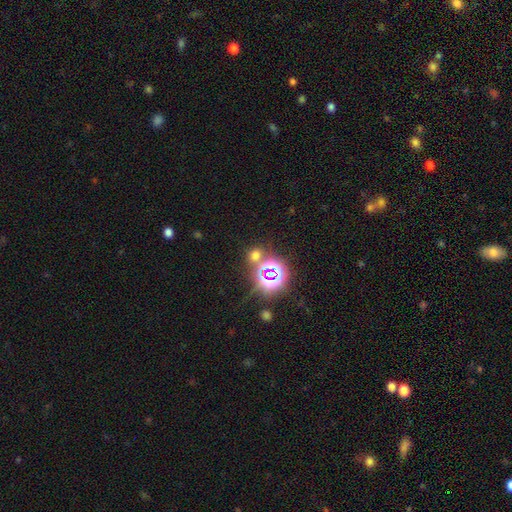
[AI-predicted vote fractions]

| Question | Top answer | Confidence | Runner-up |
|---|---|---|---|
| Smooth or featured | smooth | 49% | star or artifact (44%) |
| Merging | none | 71% | merger (16%) |